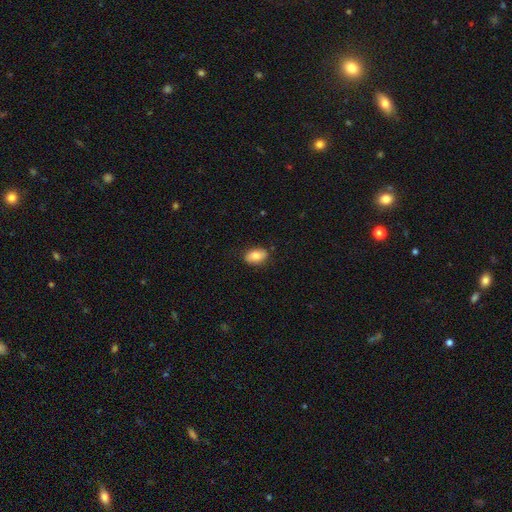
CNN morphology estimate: smooth 79%, featured or disk 14%, star or artifact 7%. Down the decision tree: how rounded — in between (89%); merging — none (84%).